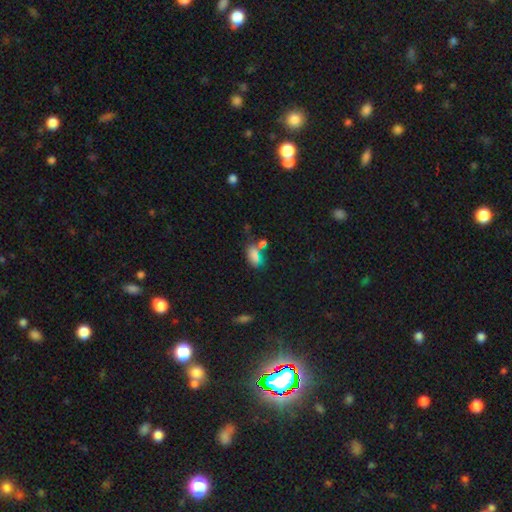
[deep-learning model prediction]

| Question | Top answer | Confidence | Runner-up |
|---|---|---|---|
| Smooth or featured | smooth | 74% | star or artifact (16%) |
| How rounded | in between | 86% | round (9%) |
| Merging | none | 45% | merger (25%) |